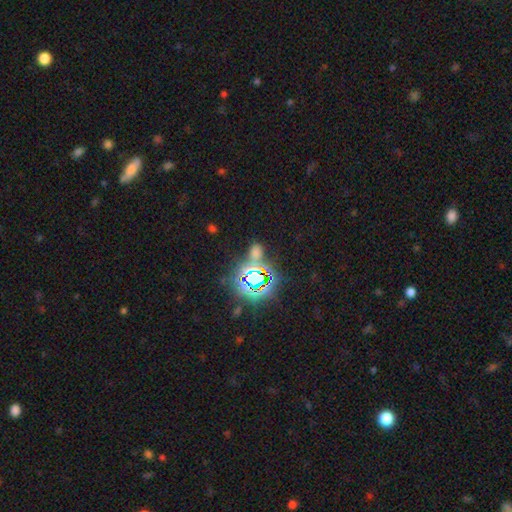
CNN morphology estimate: star or artifact 60%, smooth 32%, featured or disk 8%.